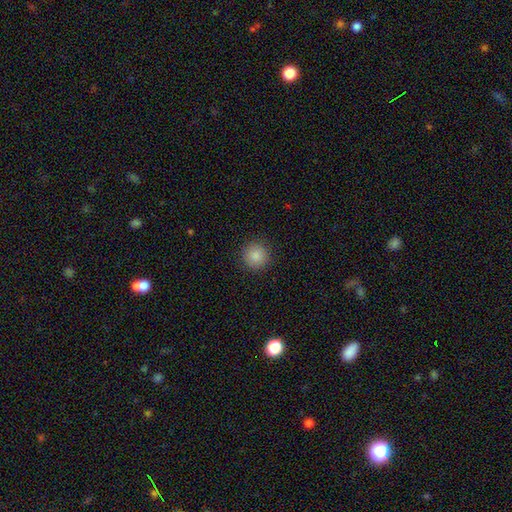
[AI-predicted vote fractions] smooth_or_featured: smooth (p=0.87) [alt: star or artifact p=0.09]
how_rounded: round (p=0.95) [alt: in between p=0.04]
merging: none (p=0.91) [alt: minor disturbance p=0.06]